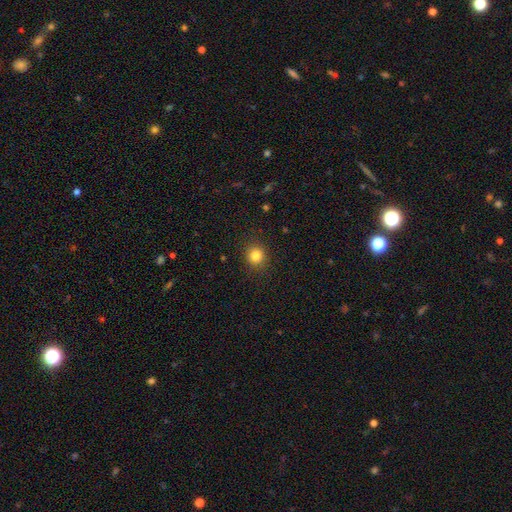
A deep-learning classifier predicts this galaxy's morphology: The model was most divided on "smooth or featured": smooth: 82%, star or artifact: 13%, featured or disk: 5%. More confident: merging — none (90%); how rounded — round (90%).